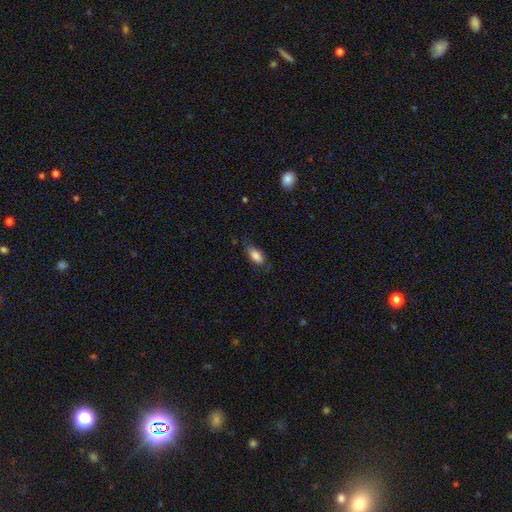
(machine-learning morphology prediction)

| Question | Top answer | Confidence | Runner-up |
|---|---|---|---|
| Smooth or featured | smooth | 84% | featured or disk (8%) |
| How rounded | in between | 86% | cigar-shaped (11%) |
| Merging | none | 70% | minor disturbance (22%) |